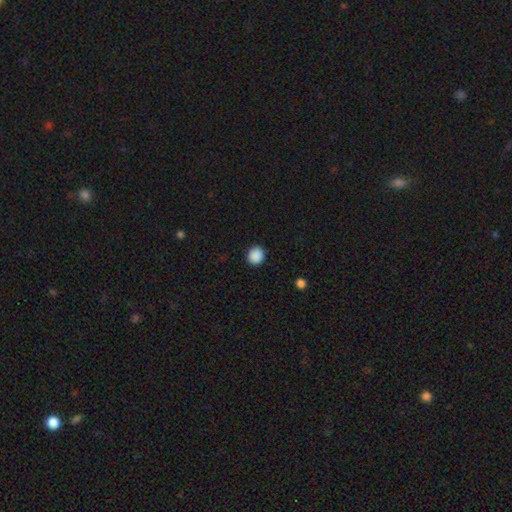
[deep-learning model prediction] smooth 89%, star or artifact 9%, featured or disk 2%. Down the decision tree: how rounded — round (86%); merging — none (91%).